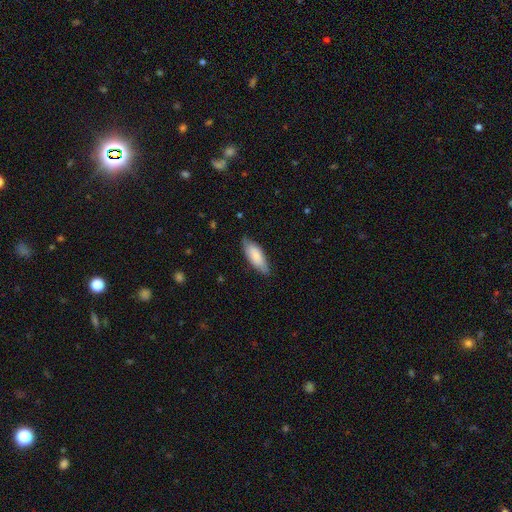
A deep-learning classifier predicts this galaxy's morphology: A smooth galaxy with no disk features (80%) that is in between round and cigar-shaped (70%). Merging: none (79%).